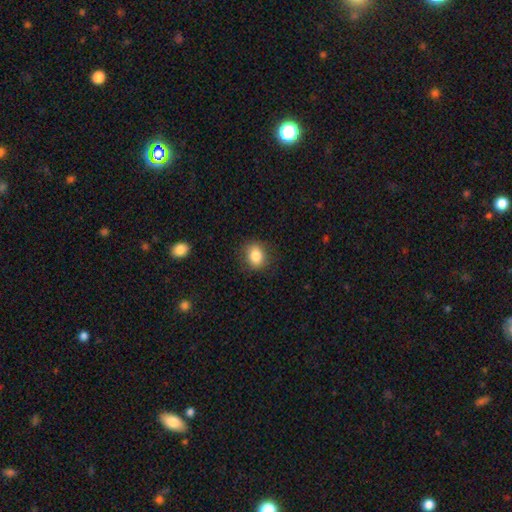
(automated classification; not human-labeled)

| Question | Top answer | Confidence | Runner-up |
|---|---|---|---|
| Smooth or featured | smooth | 84% | star or artifact (9%) |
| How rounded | round | 55% | in between (44%) |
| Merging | none | 85% | minor disturbance (11%) |